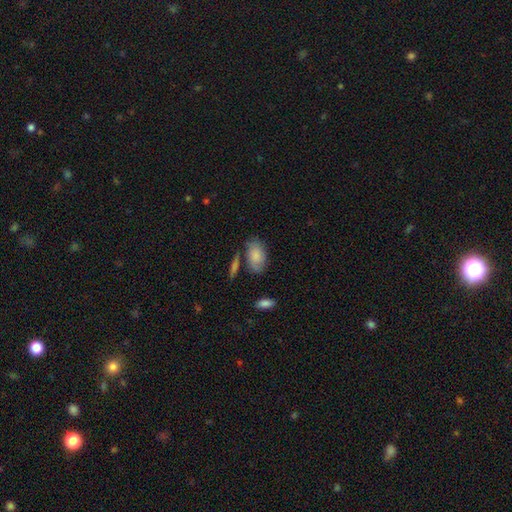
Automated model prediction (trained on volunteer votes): Overall: smooth (77%). How rounded: in between (91%). Merging: none (66%).